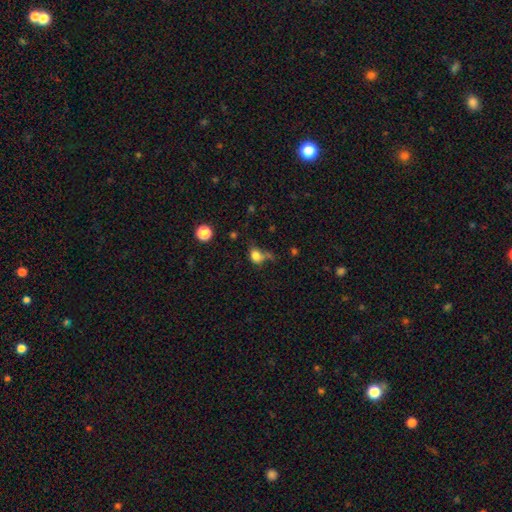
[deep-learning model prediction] Overall: smooth (79%). How rounded: round (50%; in between 49%). Merging: none (42%; minor disturbance 25%).